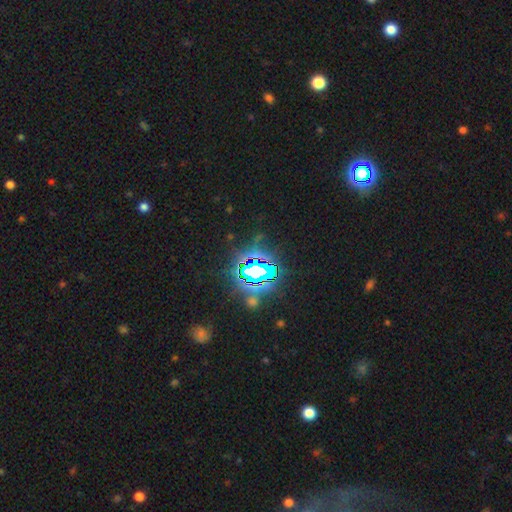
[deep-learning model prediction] This appears to be a star or artifact, not a galaxy (82%).